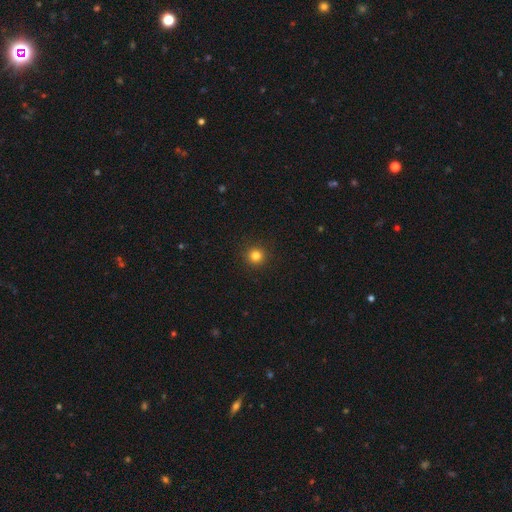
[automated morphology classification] A smooth galaxy with no disk features (83%) that is round (95%). Merging: none (93%).